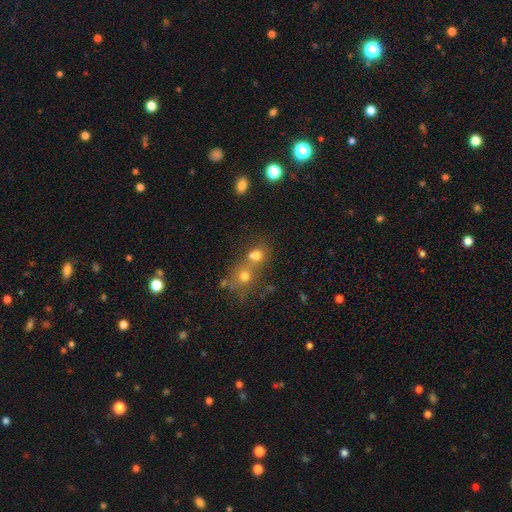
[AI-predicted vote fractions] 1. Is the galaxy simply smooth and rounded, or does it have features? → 66% smooth, 18% star or artifact, 15% featured or disk.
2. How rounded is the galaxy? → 74% round, 24% in between, 1% cigar-shaped.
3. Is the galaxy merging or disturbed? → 55% merger, 35% none, 7% minor disturbance, 4% major disturbance.